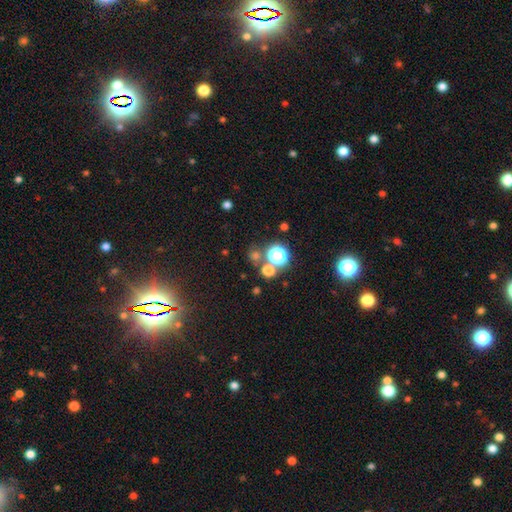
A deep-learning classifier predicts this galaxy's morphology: smooth_or_featured: star or artifact (p=0.47) [alt: smooth p=0.45]